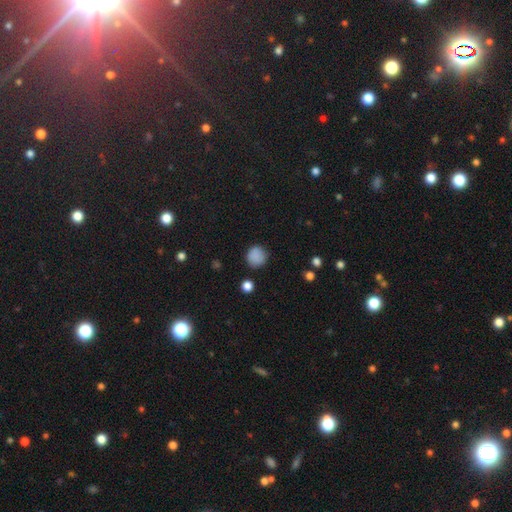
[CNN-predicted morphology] This appears to be a smooth galaxy with no disk features (86%) that is round (89%). Merging: none (83%).